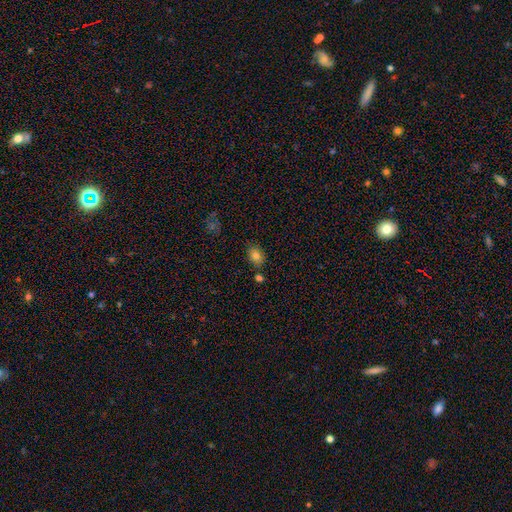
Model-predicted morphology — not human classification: Overall: smooth (81%). How rounded: in between (72%). Merging: none (76%).